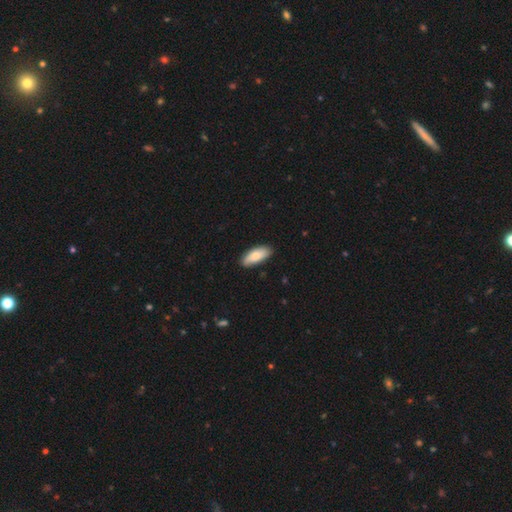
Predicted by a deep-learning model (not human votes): Smooth or featured: smooth — 81% (featured or disk — 14%)
How rounded: in between — 81% (cigar-shaped — 18%)
Merging: none — 84% (minor disturbance — 13%)